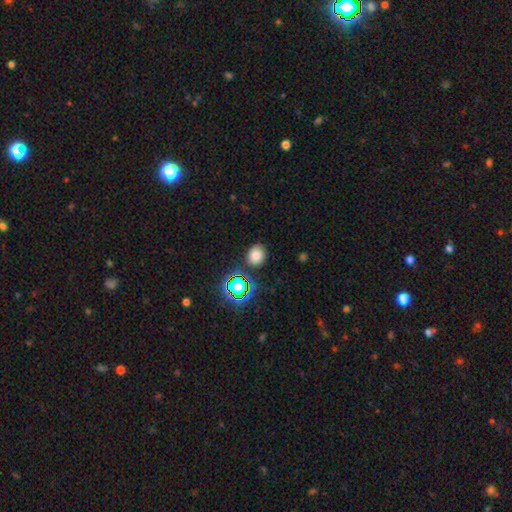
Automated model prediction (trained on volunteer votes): Q: Smooth or featured?
A: smooth (74%); runner-up: star or artifact (19%)
Q: How rounded?
A: round (66%); runner-up: in between (33%)
Q: Merging?
A: none (81%); runner-up: minor disturbance (12%)